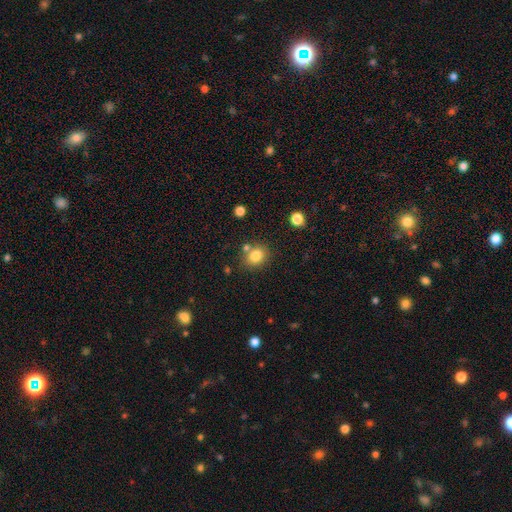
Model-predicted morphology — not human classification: This appears to be a smooth galaxy with no disk features (82%) that is round (62%). Merging: none (73%).